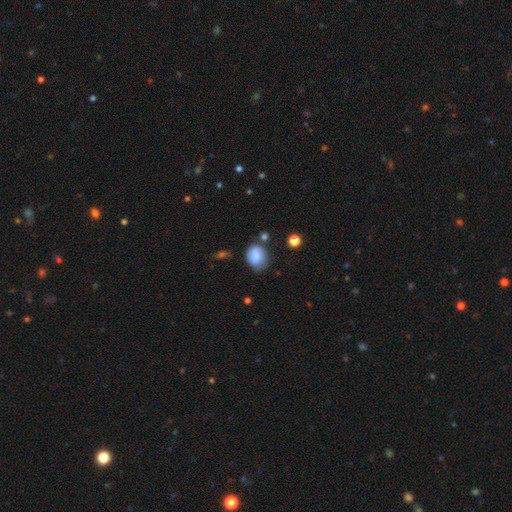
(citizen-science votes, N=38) smooth 84%, featured or disk 13%, star or artifact 3%. Down the decision tree: how rounded — round (66%); merging — none (43%).